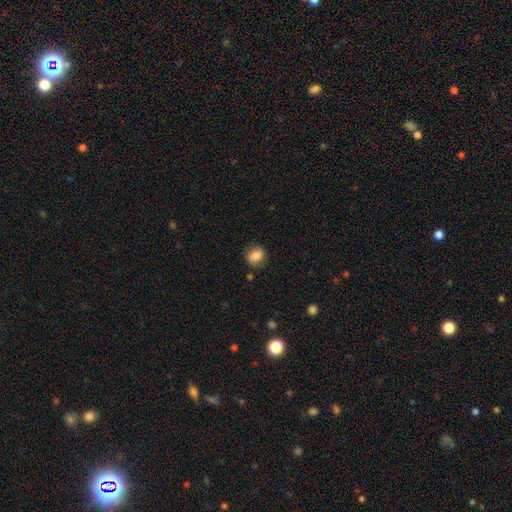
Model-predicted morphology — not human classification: Smooth or featured: smooth — 79% (featured or disk — 12%)
How rounded: in between — 49% (tied with round — 49%)
Merging: none — 77% (minor disturbance — 16%)